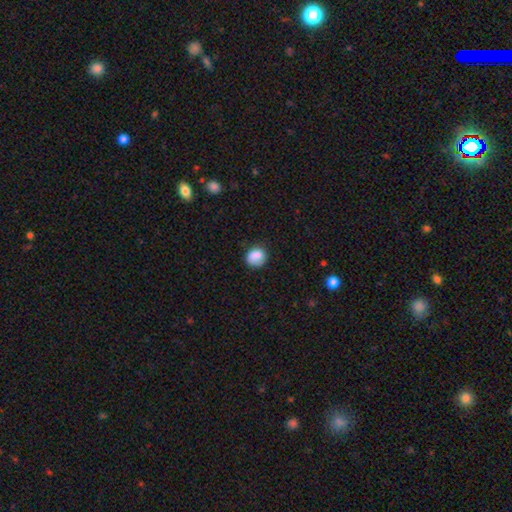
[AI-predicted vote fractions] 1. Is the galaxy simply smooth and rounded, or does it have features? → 83% smooth, 8% star or artifact, 8% featured or disk.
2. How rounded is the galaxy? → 78% round, 21% in between, 1% cigar-shaped.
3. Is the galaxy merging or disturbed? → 71% none, 21% minor disturbance, 6% major disturbance, 2% merger.